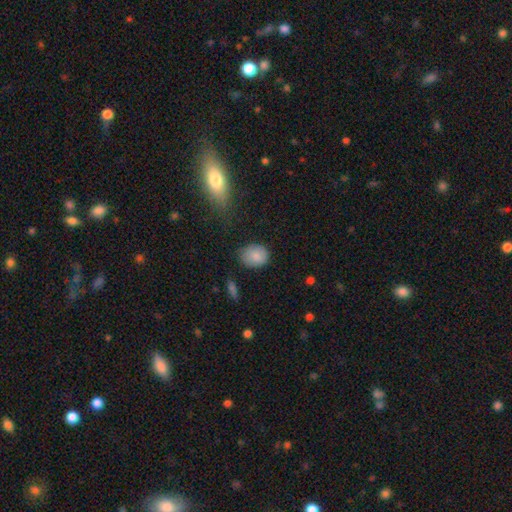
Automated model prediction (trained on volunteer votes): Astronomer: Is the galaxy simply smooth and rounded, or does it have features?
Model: smooth — 86%.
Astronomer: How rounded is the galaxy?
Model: round — 55% (runner-up: in between, 44%).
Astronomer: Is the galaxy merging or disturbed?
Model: none — 75%.